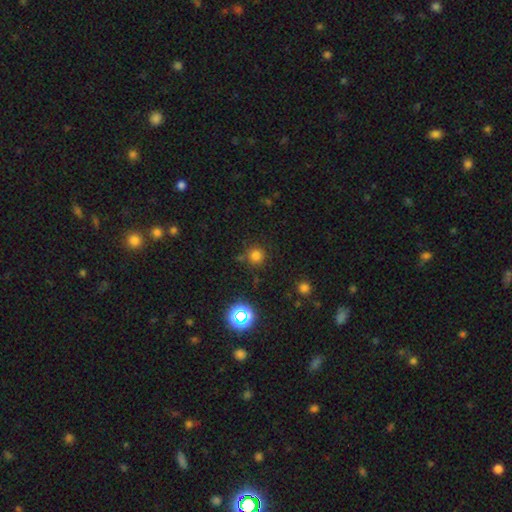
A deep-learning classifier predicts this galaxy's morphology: Smooth or featured? Predicted: smooth (p=0.72). How rounded? Predicted: round (p=0.94). Merging? Predicted: none (p=0.78).